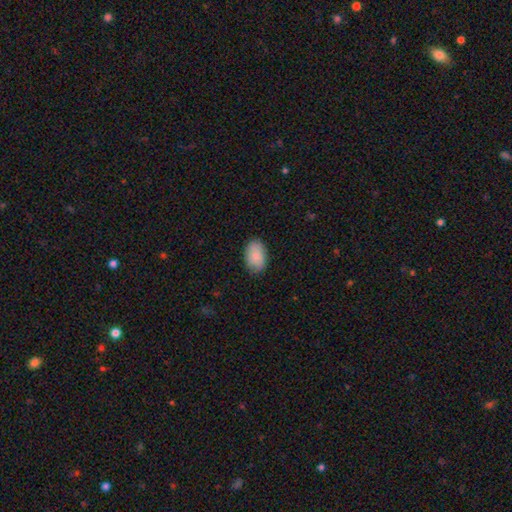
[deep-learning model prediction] Smooth or featured? smooth (86%)
How rounded? in between (90%)
Merging? none (83%)